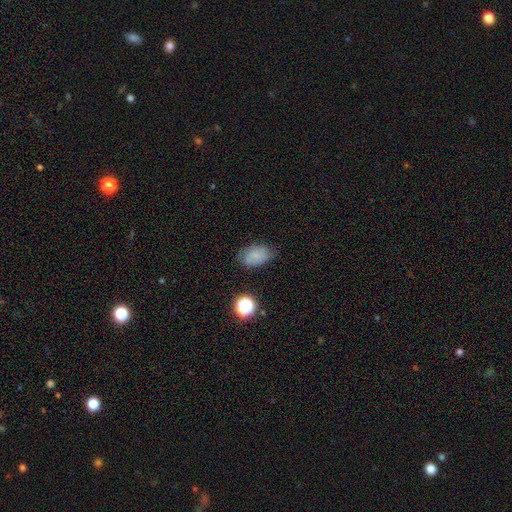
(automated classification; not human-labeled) Smooth or featured: smooth — 76% (star or artifact — 13%)
How rounded: in between — 82% (round — 16%)
Merging: none — 68% (minor disturbance — 23%)